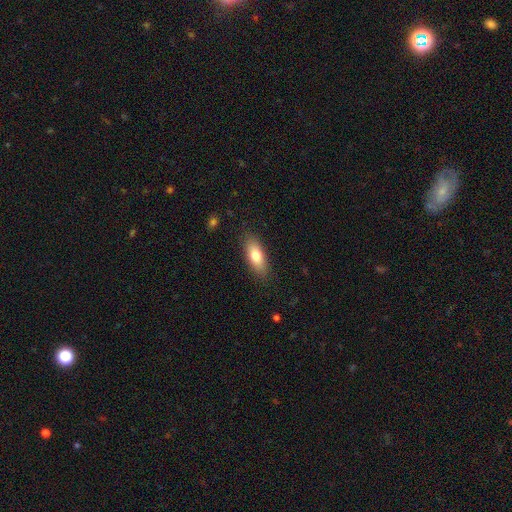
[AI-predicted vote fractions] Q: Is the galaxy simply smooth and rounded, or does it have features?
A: smooth — 78%.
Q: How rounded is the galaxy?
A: in between — 75%.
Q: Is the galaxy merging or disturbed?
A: none — 87%.